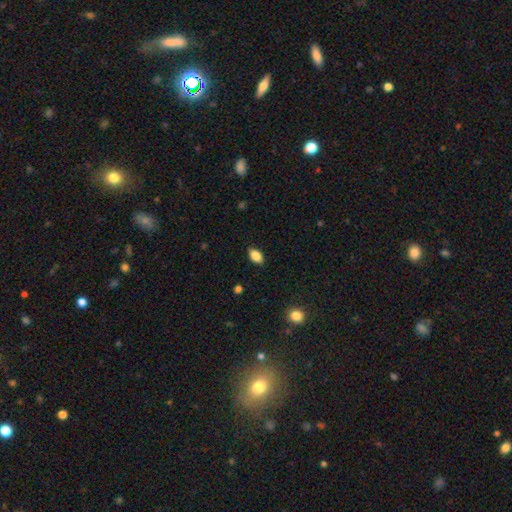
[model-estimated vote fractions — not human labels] Morphology: type=smooth (85%); roundness=in between (89%); merging=none (87%).